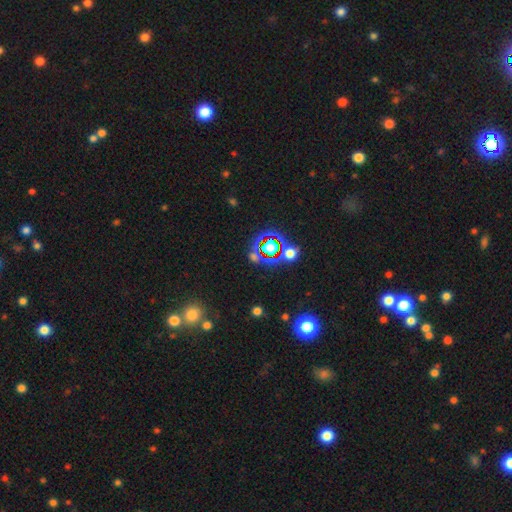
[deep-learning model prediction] Overall: star or artifact (71%).